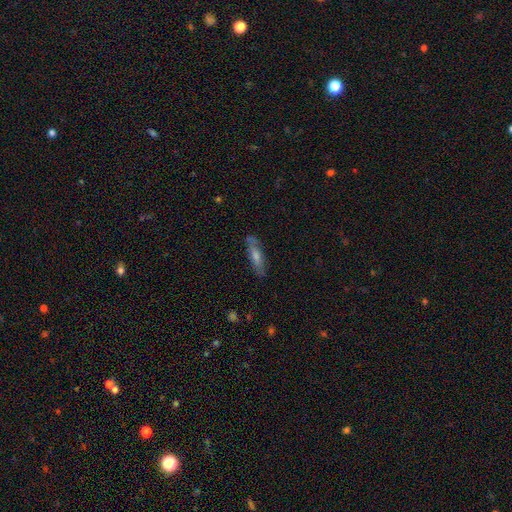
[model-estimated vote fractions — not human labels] The model was most divided on "smooth or featured": smooth: 46%, featured or disk: 45%, star or artifact: 10%. More confident: merging — none (79%).